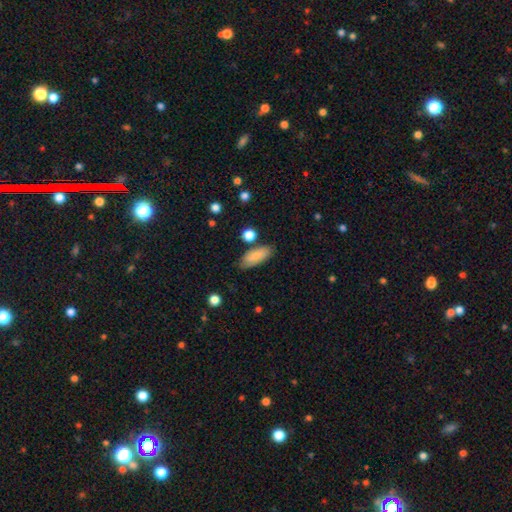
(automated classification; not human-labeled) smooth-or-featured: smooth: 85% | featured or disk: 9% | star or artifact: 6%
  how-rounded: in between: 77% | cigar-shaped: 20% | round: 3%
  merging: none: 80% | minor disturbance: 13% | merger: 4% | major disturbance: 3%